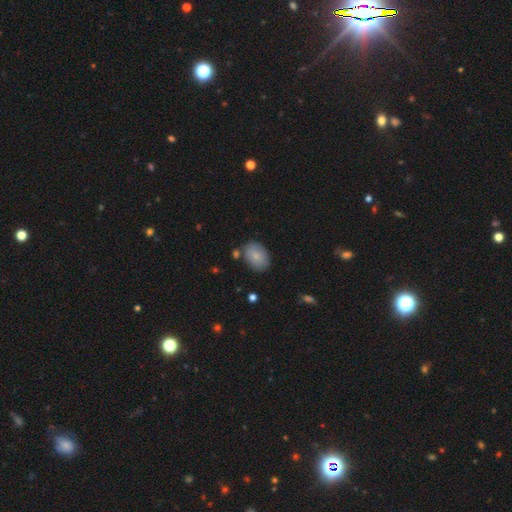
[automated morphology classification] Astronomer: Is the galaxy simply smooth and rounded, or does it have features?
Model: smooth — 81%.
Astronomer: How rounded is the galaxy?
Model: in between — 82%.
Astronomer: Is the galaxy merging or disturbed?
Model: none — 77%.